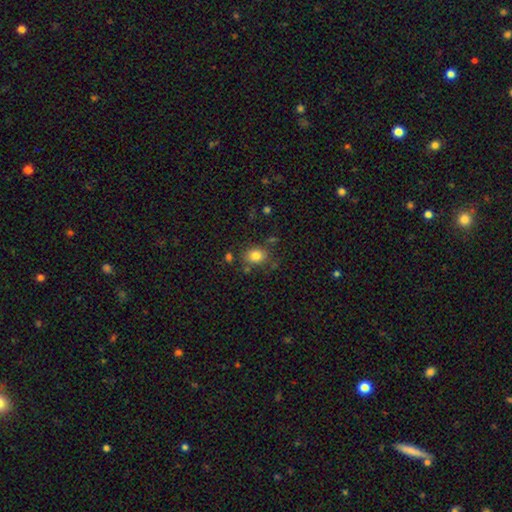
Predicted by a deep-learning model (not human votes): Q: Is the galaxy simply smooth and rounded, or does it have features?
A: smooth — 81%.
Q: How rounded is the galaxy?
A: in between — 50%.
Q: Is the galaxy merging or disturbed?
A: none — 76%.